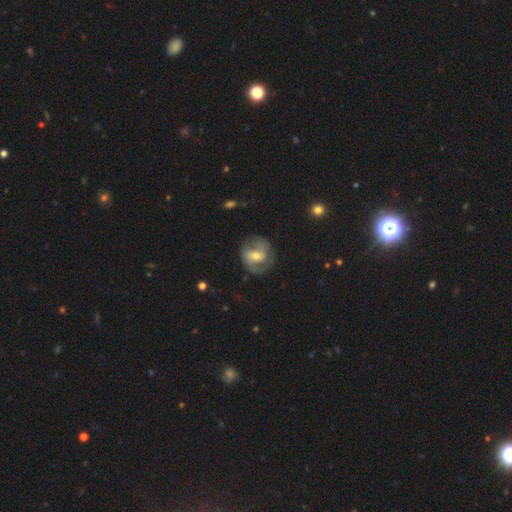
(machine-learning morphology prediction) Smooth or featured? featured or disk (64%)
Edge-on disk? no (96%)
Bar? weak (43%)
Spiral arms? yes (75%)
Bulge size? moderate (52%)
Merging? none (67%)